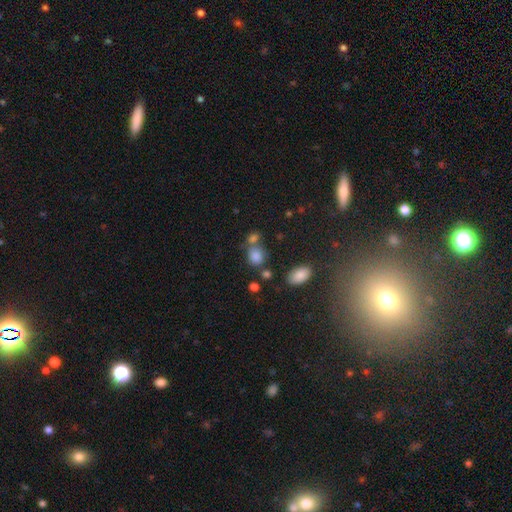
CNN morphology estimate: smooth-or-featured: smooth: 81% | star or artifact: 13% | featured or disk: 6%
  how-rounded: round: 64% | in between: 35% | cigar-shaped: 1%
  merging: none: 54% | merger: 27% | minor disturbance: 14% | major disturbance: 6%